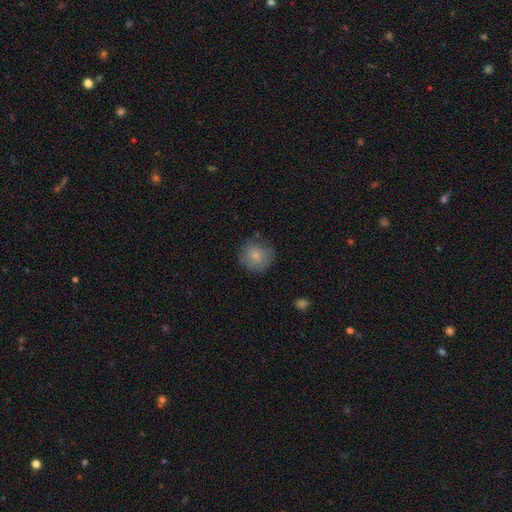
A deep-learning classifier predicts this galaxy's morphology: Smooth or featured? Predicted: smooth (p=0.79). How rounded? Predicted: round (p=0.90). Merging? Predicted: none (p=0.74).